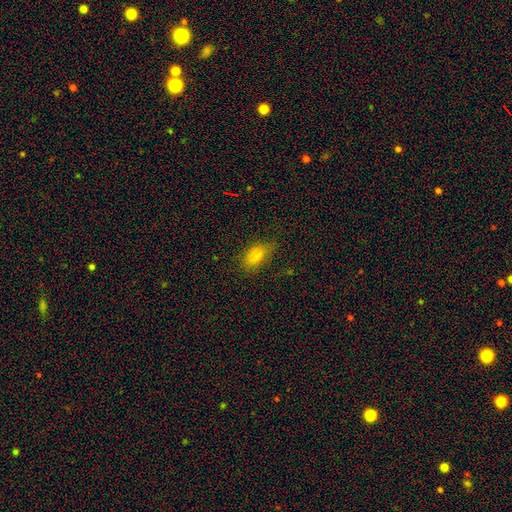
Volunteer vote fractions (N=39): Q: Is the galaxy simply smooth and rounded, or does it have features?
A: smooth — 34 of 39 (87%).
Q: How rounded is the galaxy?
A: in between — 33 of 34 (97%).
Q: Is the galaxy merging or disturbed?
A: none — 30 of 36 (83%).